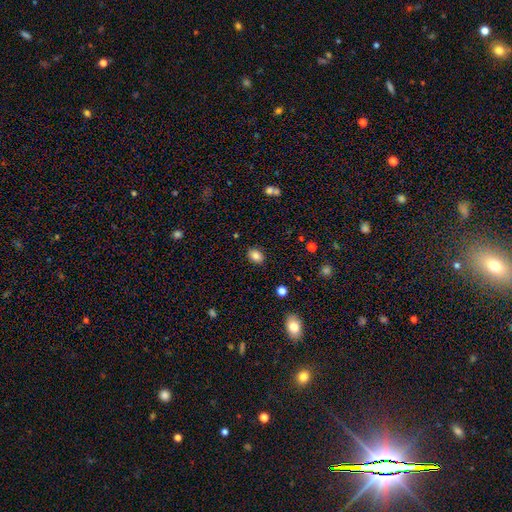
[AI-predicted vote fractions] Q: Smooth or featured?
A: smooth (84%); runner-up: star or artifact (10%)
Q: How rounded?
A: in between (65%); runner-up: round (34%)
Q: Merging?
A: none (87%); runner-up: minor disturbance (9%)